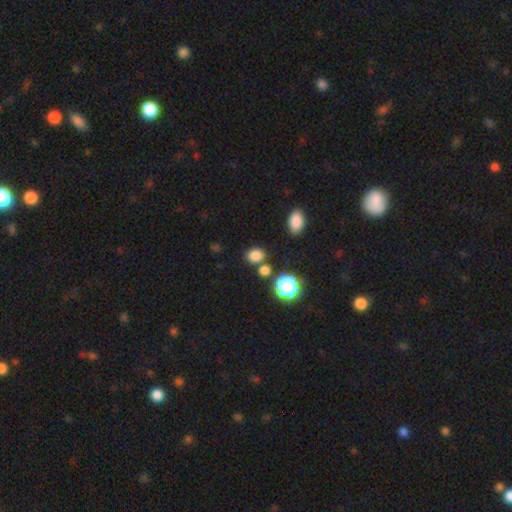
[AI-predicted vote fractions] Smooth or featured: smooth — 79% (star or artifact — 16%)
How rounded: round — 59% (in between — 40%)
Merging: none — 72% (merger — 13%)